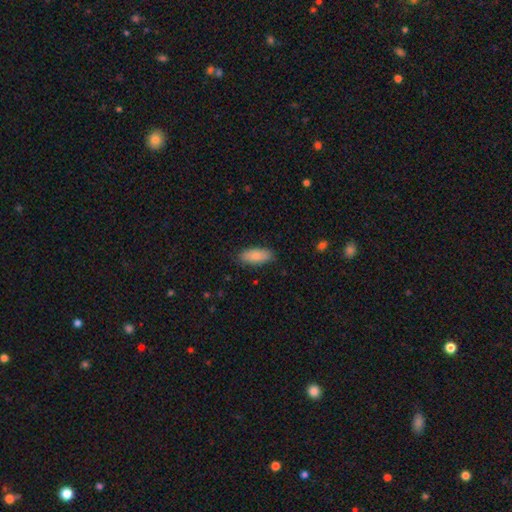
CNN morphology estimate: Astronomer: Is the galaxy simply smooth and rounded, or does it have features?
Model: smooth — 85%.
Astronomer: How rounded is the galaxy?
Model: in between — 81%.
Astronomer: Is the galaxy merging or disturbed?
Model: none — 85%.